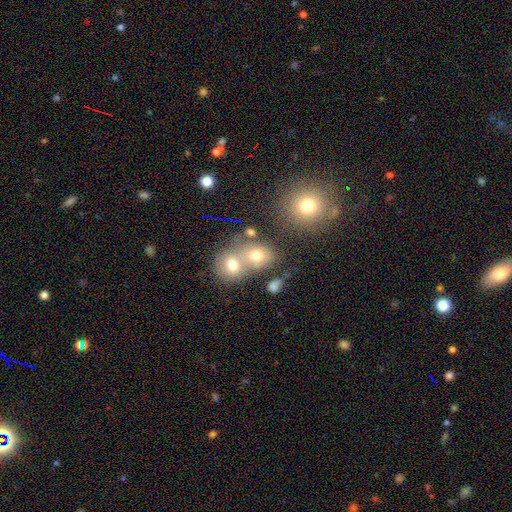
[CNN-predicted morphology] smooth 67%, featured or disk 17%, star or artifact 17%. Down the decision tree: how rounded — round (65%); merging — merger (52%).